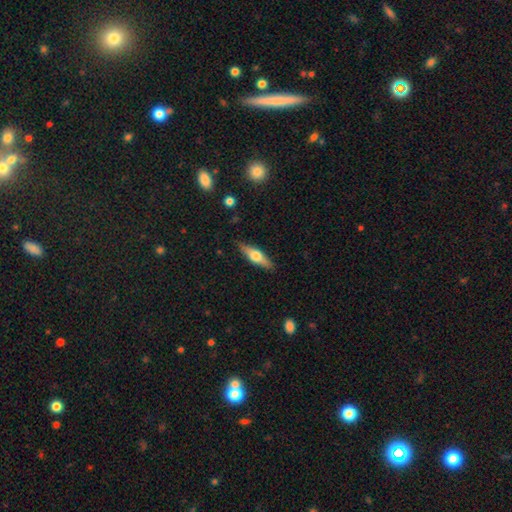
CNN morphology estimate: A featured or disk galaxy (48%). Merging: none (86%).